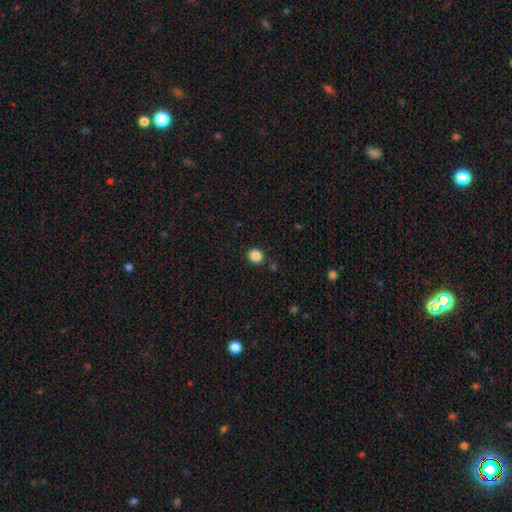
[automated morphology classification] Smooth or featured?
  - smooth: 86% *
  - star or artifact: 11%
  - featured or disk: 3%
How rounded?
  - round: 78% *
  - in between: 21%
  - cigar-shaped: 1%
Merging?
  - none: 89% *
  - minor disturbance: 7%
  - major disturbance: 2%
  - merger: 2%